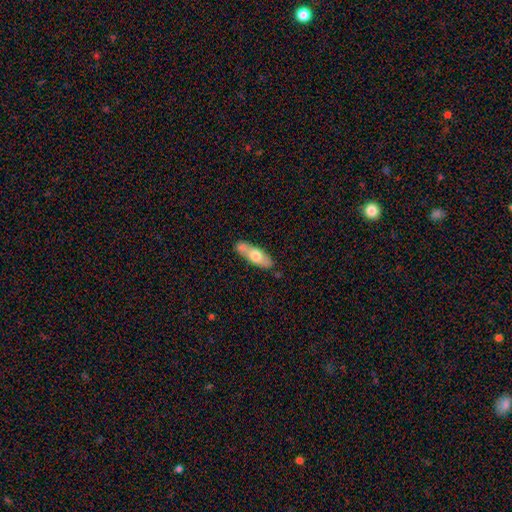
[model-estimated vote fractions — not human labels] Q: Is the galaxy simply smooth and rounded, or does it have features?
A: smooth — 60%.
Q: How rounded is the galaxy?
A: in between — 56%.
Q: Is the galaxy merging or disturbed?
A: none — 69%.